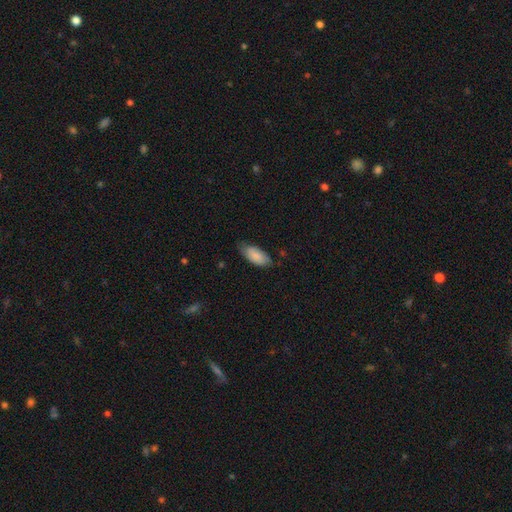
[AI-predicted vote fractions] A smooth galaxy with no disk features (86%) that is in between round and cigar-shaped (89%). Merging: none (68%).